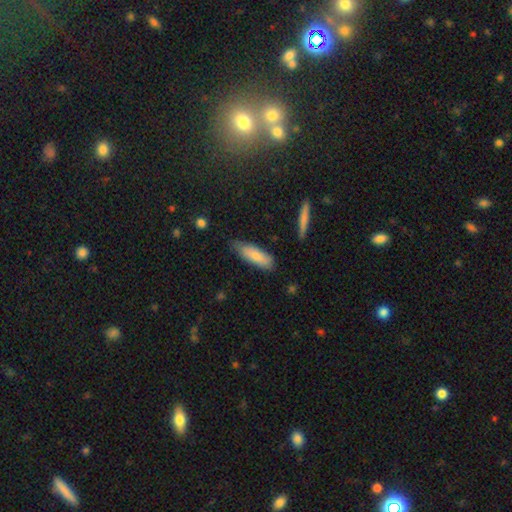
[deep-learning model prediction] A smooth galaxy with no disk features (80%) that is in between round and cigar-shaped (53%). Merging: none (71%).